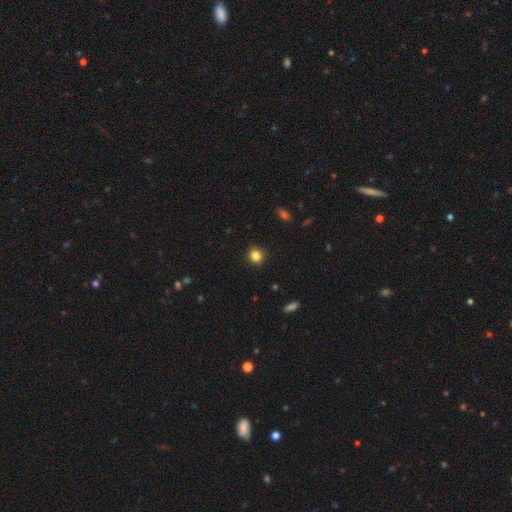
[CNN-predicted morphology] A smooth galaxy with no disk features (84%) that is round (88%).

Vote fractions:
- Smooth or featured? smooth: 84% / star or artifact: 12% / featured or disk: 5%
- How rounded? round: 88% / in between: 10% / cigar-shaped: 1%
- Merging? none: 91% / minor disturbance: 6% / major disturbance: 2% / merger: 1%